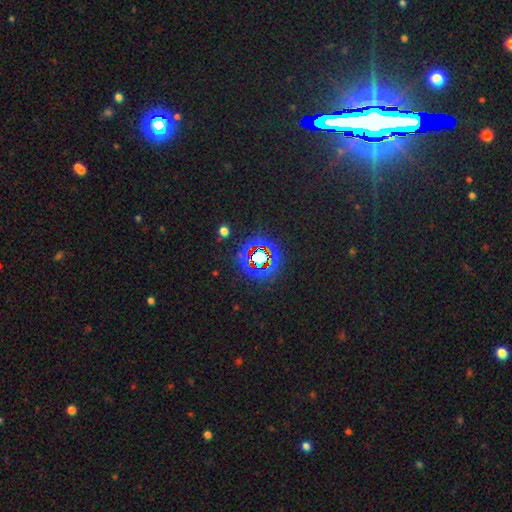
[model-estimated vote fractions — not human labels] Smooth or featured?
  - star or artifact: 76% *
  - smooth: 15%
  - featured or disk: 9%